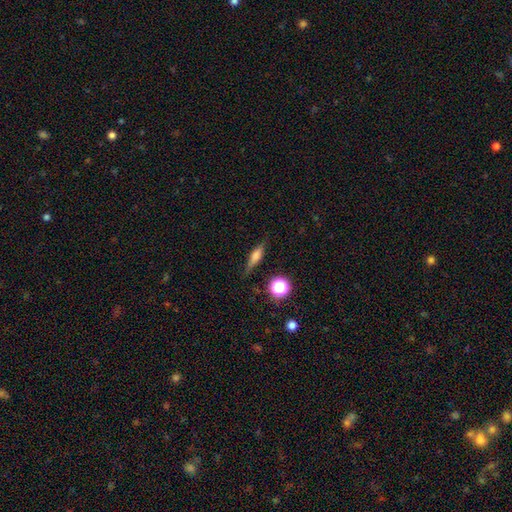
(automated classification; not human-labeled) Smooth or featured?
  - smooth: 59% *
  - featured or disk: 29%
  - star or artifact: 11%
How rounded?
  - cigar-shaped: 61% *
  - in between: 32%
  - round: 8%
Merging?
  - none: 77% *
  - minor disturbance: 16%
  - major disturbance: 4%
  - merger: 2%